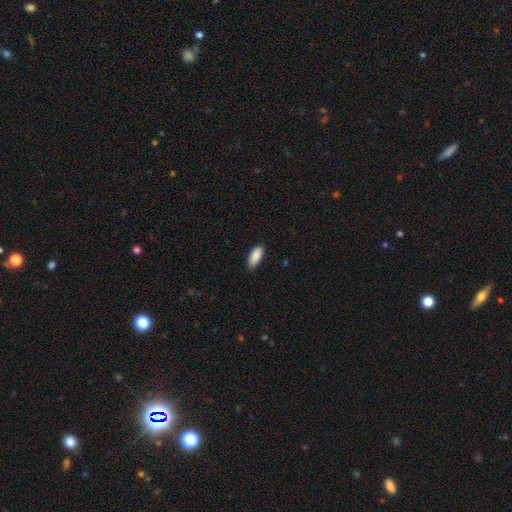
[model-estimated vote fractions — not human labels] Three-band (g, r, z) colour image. It shows a smooth galaxy with no disk features (89%) that is in between round and cigar-shaped (83%). Merging: none (84%).